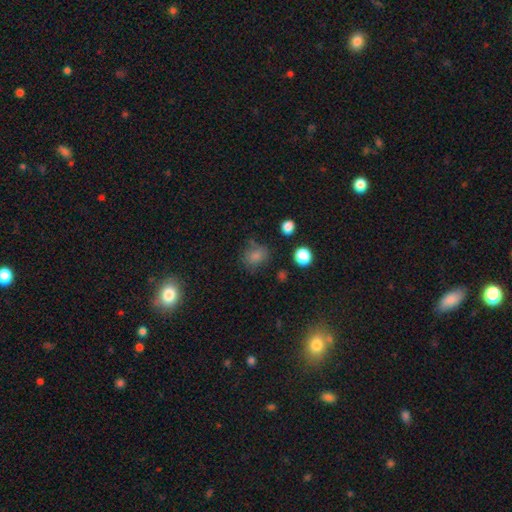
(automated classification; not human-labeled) Smooth or featured?
  - smooth: 79% *
  - star or artifact: 14%
  - featured or disk: 8%
How rounded?
  - round: 63% *
  - in between: 36%
  - cigar-shaped: 1%
Merging?
  - none: 64% *
  - minor disturbance: 22%
  - major disturbance: 10%
  - merger: 5%